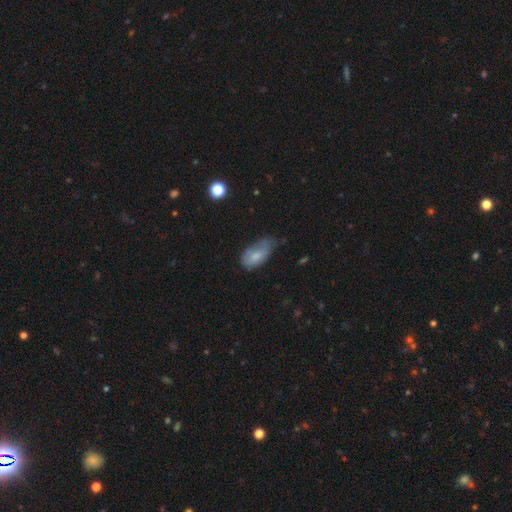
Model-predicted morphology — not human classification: Smooth or featured: smooth — 74% (featured or disk — 19%)
How rounded: in between — 92% (cigar-shaped — 4%)
Merging: minor disturbance — 46% (none — 31%)